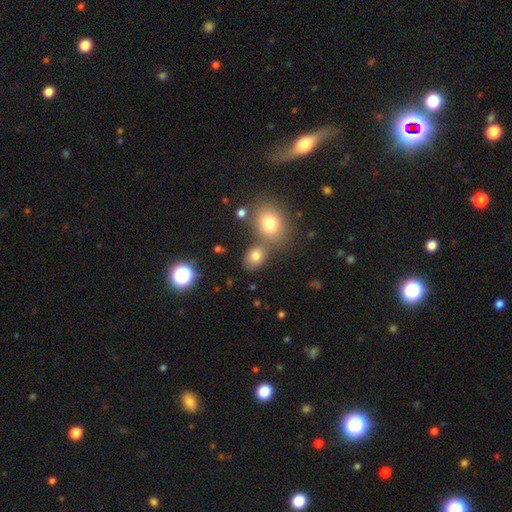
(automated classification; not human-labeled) smooth-or-featured: smooth: 75% | star or artifact: 15% | featured or disk: 9%
  how-rounded: in between: 55% | round: 44% | cigar-shaped: 1%
  merging: none: 61% | merger: 23% | minor disturbance: 11% | major disturbance: 4%